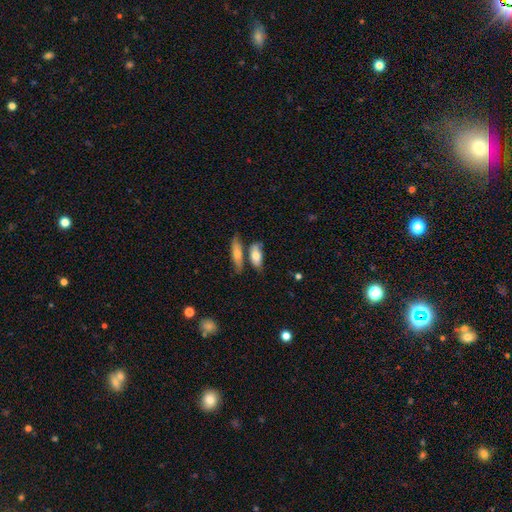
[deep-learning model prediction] Smooth or featured? smooth (71%)
How rounded? in between (68%)
Merging? none (55%)